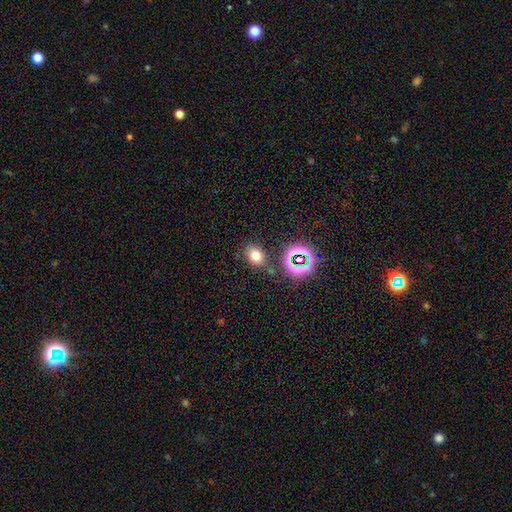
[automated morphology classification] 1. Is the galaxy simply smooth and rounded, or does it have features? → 69% smooth, 22% star or artifact, 9% featured or disk.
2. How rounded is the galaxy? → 59% in between, 40% round, 1% cigar-shaped.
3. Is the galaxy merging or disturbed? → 74% none, 14% minor disturbance, 7% merger, 5% major disturbance.